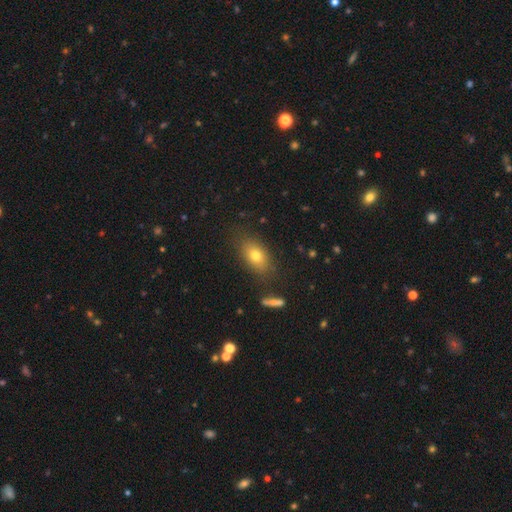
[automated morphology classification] Smooth or featured? Predicted: smooth (p=0.74). How rounded? Predicted: in between (p=0.82). Merging? Predicted: none (p=0.81).